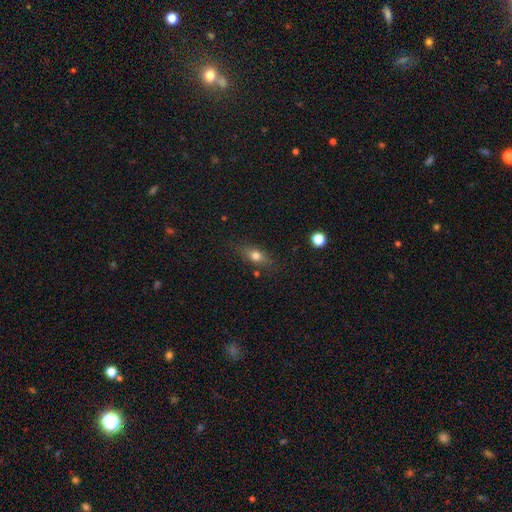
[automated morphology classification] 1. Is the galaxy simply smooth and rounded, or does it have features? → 69% smooth, 20% featured or disk, 10% star or artifact.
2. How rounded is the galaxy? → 67% in between, 19% cigar-shaped, 14% round.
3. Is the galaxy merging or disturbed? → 76% none, 16% minor disturbance, 5% major disturbance, 3% merger.